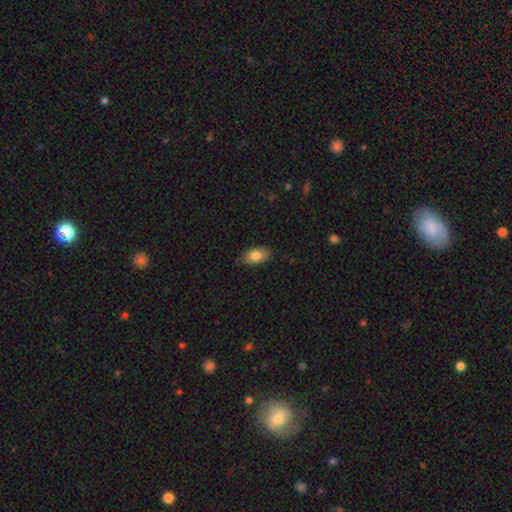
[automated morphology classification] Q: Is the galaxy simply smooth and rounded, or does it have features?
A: smooth — 81%.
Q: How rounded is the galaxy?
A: in between — 92%.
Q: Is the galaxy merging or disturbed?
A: none — 82%.